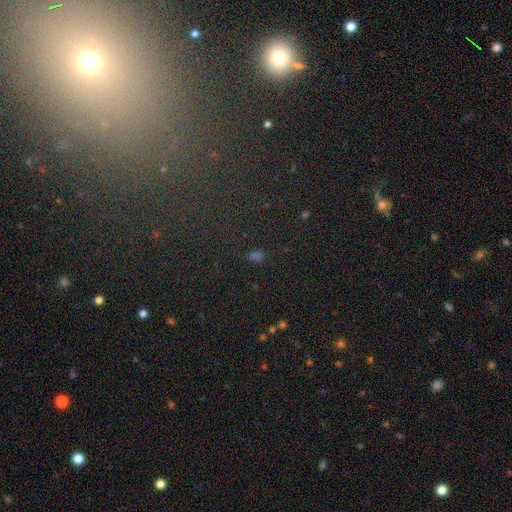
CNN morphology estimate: Q: Smooth or featured?
A: star or artifact (51%); runner-up: smooth (42%)